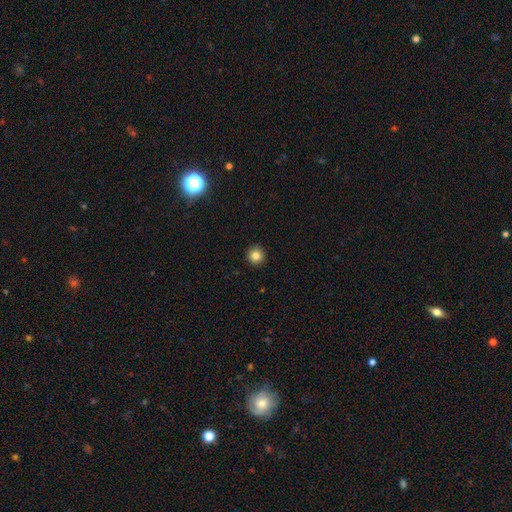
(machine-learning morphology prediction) Q: Smooth or featured?
A: smooth (82%); runner-up: star or artifact (11%)
Q: How rounded?
A: round (95%); runner-up: in between (4%)
Q: Merging?
A: none (92%); runner-up: minor disturbance (5%)